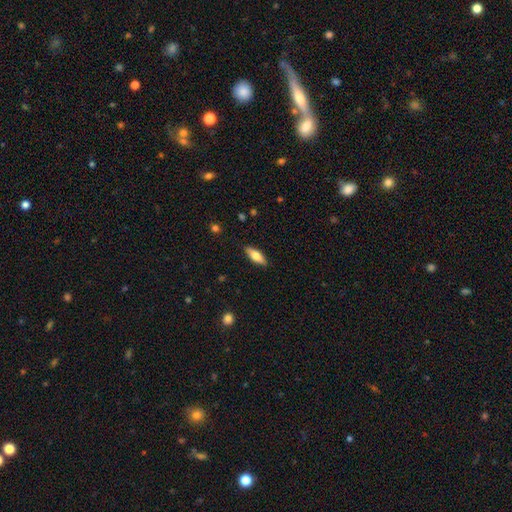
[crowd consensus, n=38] Smooth or featured: smooth — 68% (featured or disk — 26%)
How rounded: in between — 54% (cigar-shaped — 42%)
Merging: none — 86% (minor disturbance — 11%)